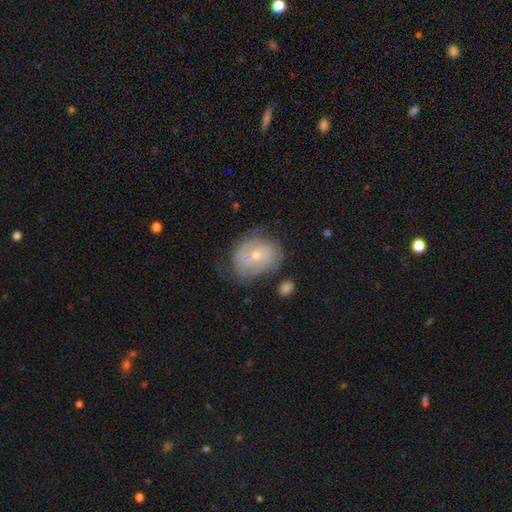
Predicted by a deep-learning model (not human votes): The model was most divided on "bulge size": small: 51%, moderate: 46%, large: 1%, none: 1%, dominant: 1%. More confident: edge-on disk — no (96%); spiral arms — yes (72%); smooth or featured — featured or disk (61%); bar — no (57%); merging — none (56%).